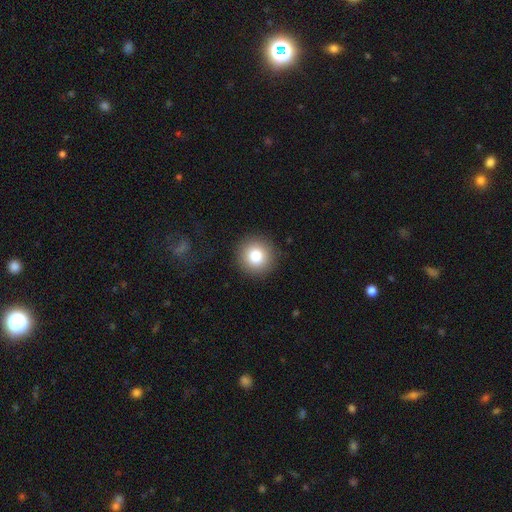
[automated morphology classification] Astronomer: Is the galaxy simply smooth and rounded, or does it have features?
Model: smooth — 82%.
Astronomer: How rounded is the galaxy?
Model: round — 95%.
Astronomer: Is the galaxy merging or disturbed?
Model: none — 91%.